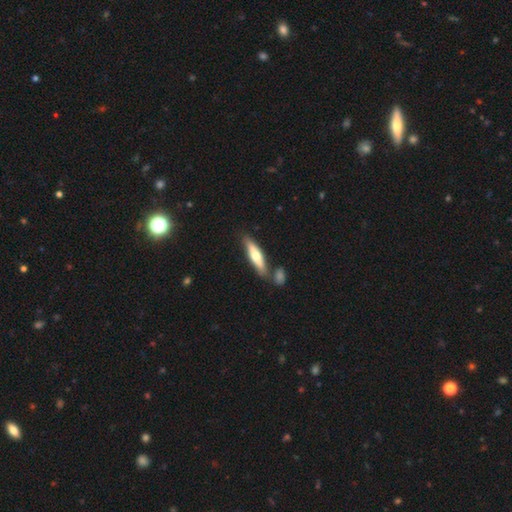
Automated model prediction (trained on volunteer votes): Smooth or featured: smooth — 53% (featured or disk — 42%)
How rounded: cigar-shaped — 73% (in between — 25%)
Merging: none — 71% (merger — 14%)